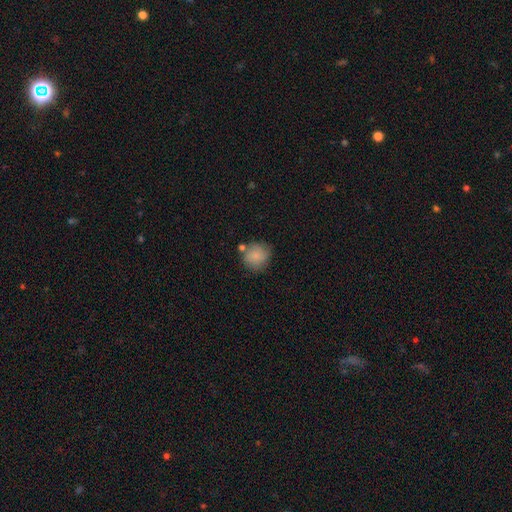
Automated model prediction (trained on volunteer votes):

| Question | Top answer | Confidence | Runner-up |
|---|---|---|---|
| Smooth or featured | smooth | 83% | featured or disk (9%) |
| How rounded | round | 85% | in between (14%) |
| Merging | none | 65% | minor disturbance (18%) |